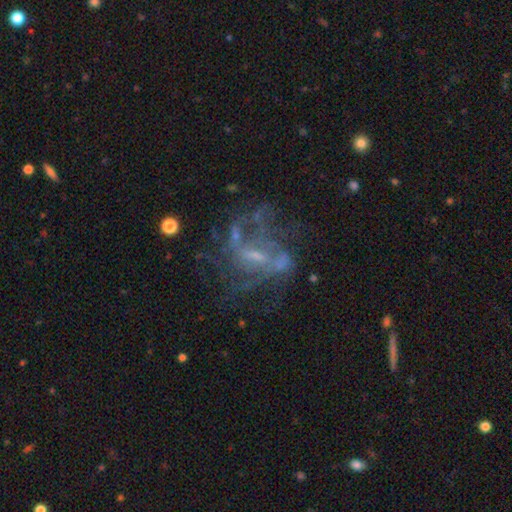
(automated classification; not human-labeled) Q: Smooth or featured?
A: featured or disk (72%); runner-up: star or artifact (16%)
Q: Edge-on disk?
A: no (96%); runner-up: yes (4%)
Q: Bar?
A: weak (44%); runner-up: no (37%)
Q: Spiral arms?
A: yes (56%); runner-up: no (44%)
Q: Bulge size?
A: small (49%); runner-up: none (25%)
Q: Merging?
A: none (45%); runner-up: major disturbance (31%)